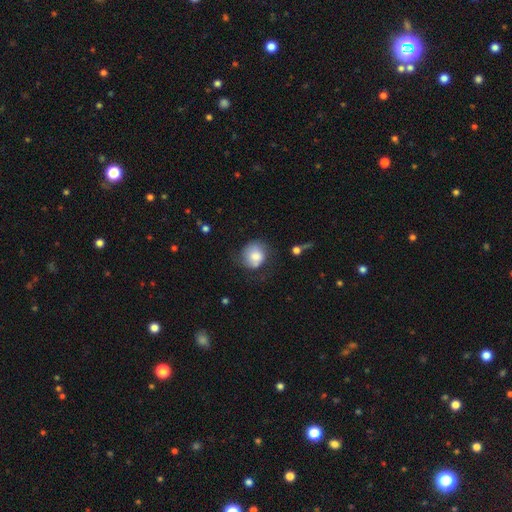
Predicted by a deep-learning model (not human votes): Q: Smooth or featured?
A: smooth (69%); runner-up: featured or disk (24%)
Q: How rounded?
A: round (78%); runner-up: in between (21%)
Q: Merging?
A: none (52%); runner-up: minor disturbance (27%)